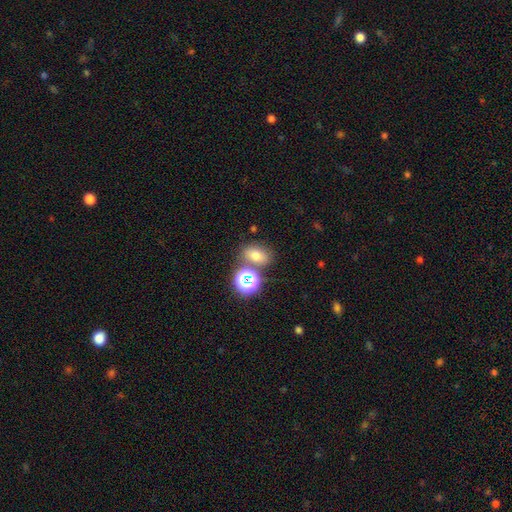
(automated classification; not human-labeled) Smooth or featured: smooth — 69% (star or artifact — 20%)
How rounded: in between — 67% (round — 31%)
Merging: none — 65% (merger — 18%)